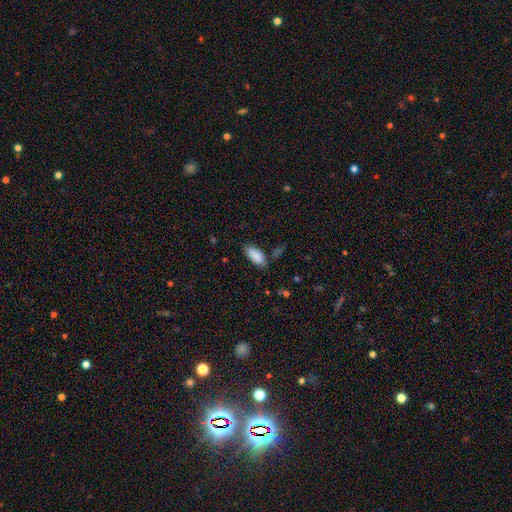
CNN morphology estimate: A smooth galaxy with no disk features (89%) that is in between round and cigar-shaped (88%). Merging: none (76%).